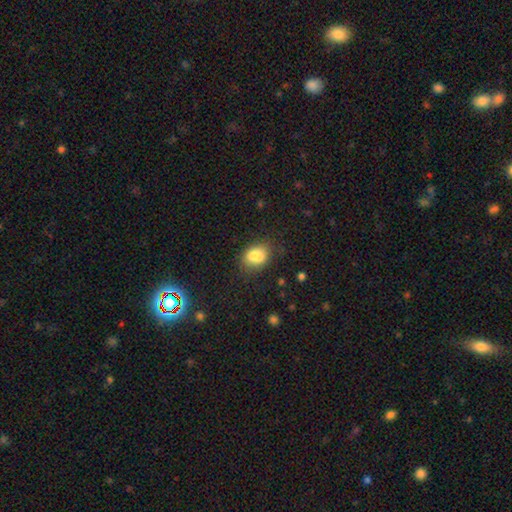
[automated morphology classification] Smooth or featured: smooth — 83% (star or artifact — 10%)
How rounded: in between — 68% (round — 30%)
Merging: none — 71% (minor disturbance — 20%)